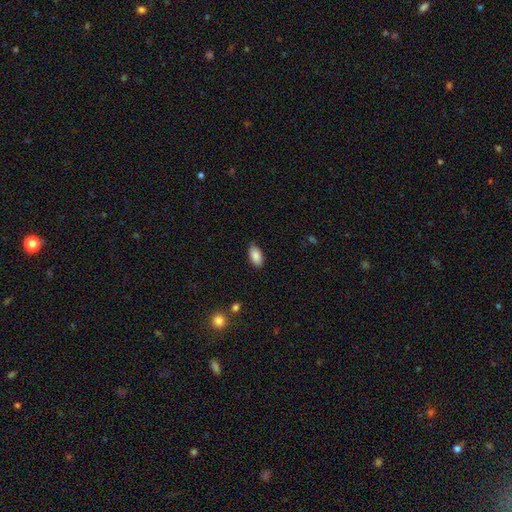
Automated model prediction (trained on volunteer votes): Morphology: type=smooth (88%); roundness=in between (93%); merging=none (86%).